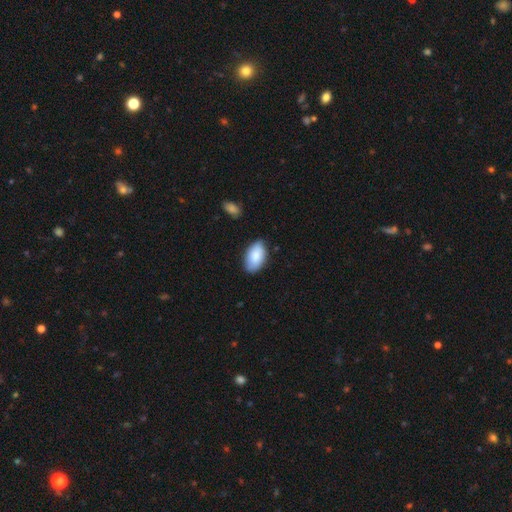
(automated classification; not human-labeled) smooth-or-featured: smooth: 85% | featured or disk: 9% | star or artifact: 6%
  how-rounded: in between: 95% | round: 4% | cigar-shaped: 1%
  merging: none: 78% | minor disturbance: 17% | major disturbance: 3% | merger: 2%